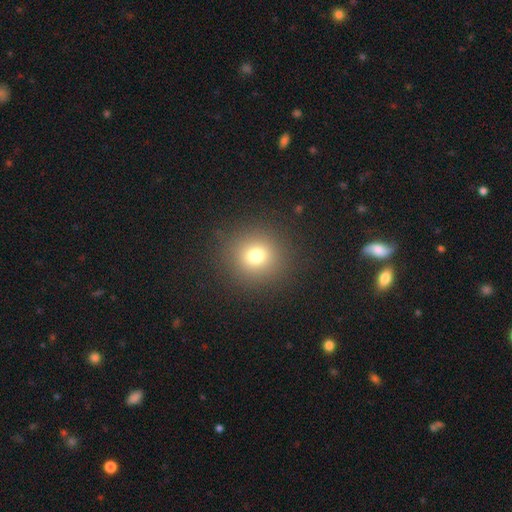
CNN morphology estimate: This is likely a smooth galaxy (74%). How rounded: clearly round (91%). Merging: clearly none (89%).